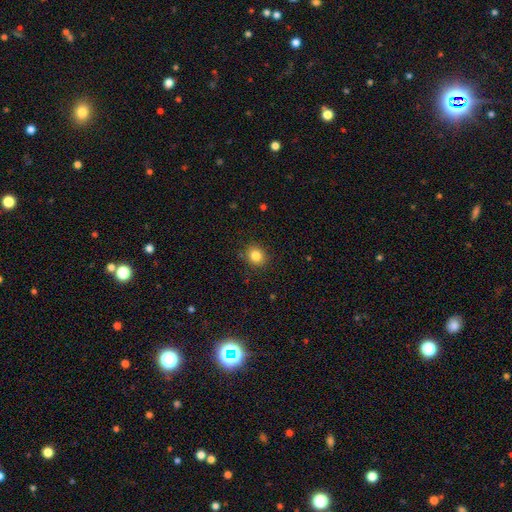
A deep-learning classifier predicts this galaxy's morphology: Smooth or featured?
  - smooth: 84% *
  - star or artifact: 11%
  - featured or disk: 5%
How rounded?
  - round: 78% *
  - in between: 21%
  - cigar-shaped: 1%
Merging?
  - none: 88% *
  - minor disturbance: 8%
  - major disturbance: 2%
  - merger: 1%